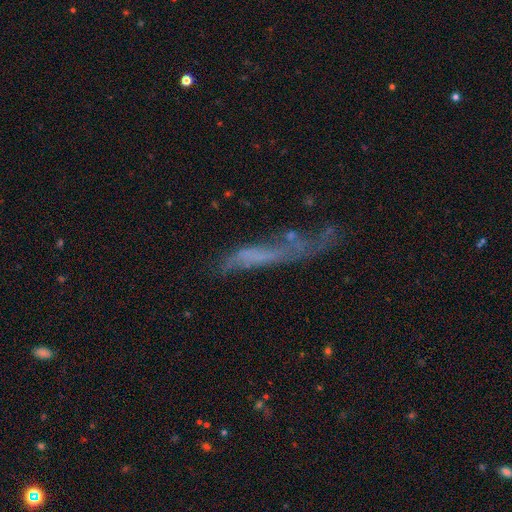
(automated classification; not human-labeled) featured or disk 50%, smooth 36%, star or artifact 14%. Down the decision tree: merging — none (35%).